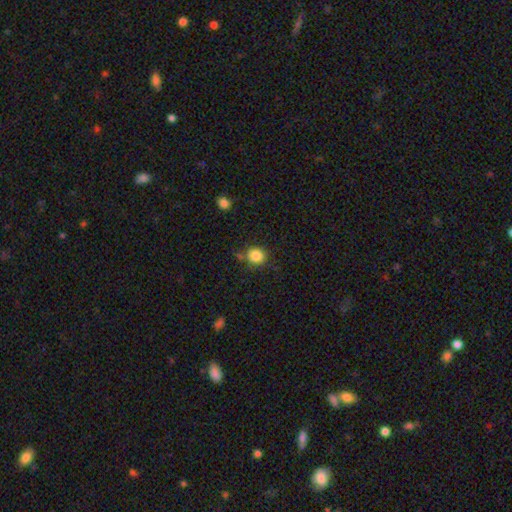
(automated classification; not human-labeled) smooth_or_featured: smooth (p=0.86) [alt: star or artifact p=0.10]
how_rounded: round (p=0.81) [alt: in between p=0.18]
merging: none (p=0.78) [alt: minor disturbance p=0.12]